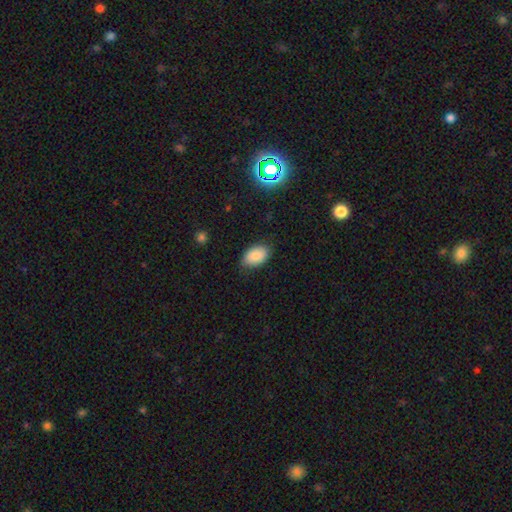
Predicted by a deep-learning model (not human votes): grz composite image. It shows a smooth galaxy with no disk features (86%) that is in between round and cigar-shaped (91%). Merging: none (80%).